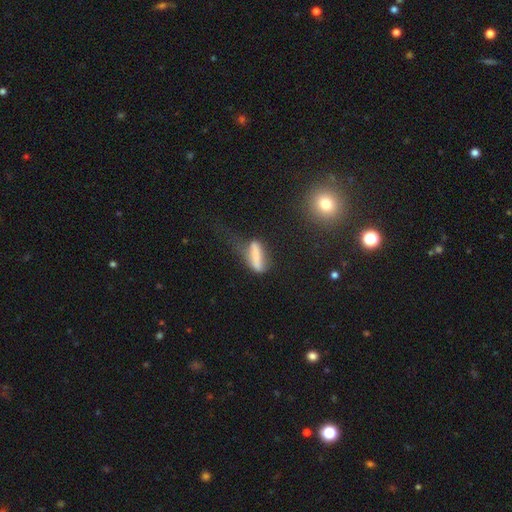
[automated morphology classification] Smooth or featured?
  - smooth: 63% *
  - featured or disk: 27%
  - star or artifact: 10%
How rounded?
  - cigar-shaped: 63% *
  - in between: 34%
  - round: 3%
Merging?
  - major disturbance: 40% *
  - none: 27%
  - minor disturbance: 25%
  - merger: 8%